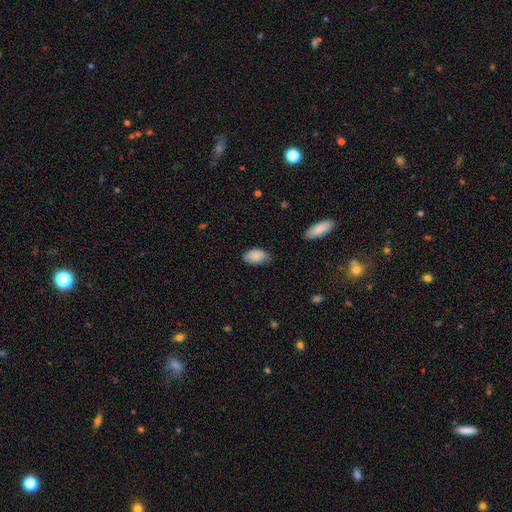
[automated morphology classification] Smooth or featured?
  - smooth: 87% *
  - star or artifact: 7%
  - featured or disk: 6%
How rounded?
  - in between: 93% *
  - round: 5%
  - cigar-shaped: 1%
Merging?
  - none: 75% *
  - minor disturbance: 20%
  - major disturbance: 3%
  - merger: 1%